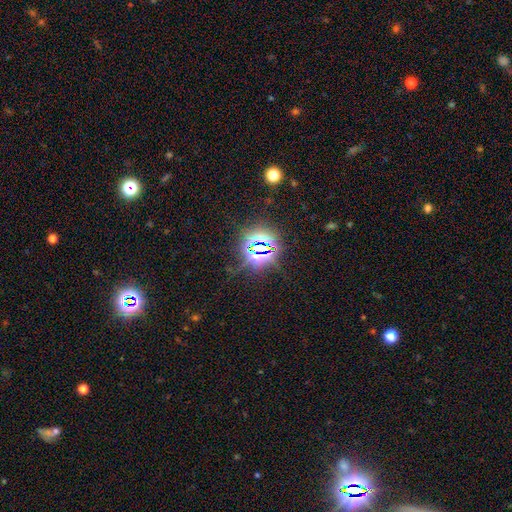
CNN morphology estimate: Q: Smooth or featured?
A: star or artifact (79%); runner-up: smooth (12%)